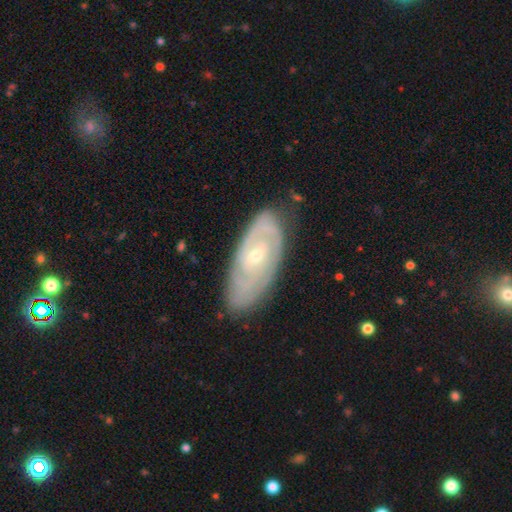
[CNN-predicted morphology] Overall: featured or disk (84%). Edge-on disk: no (93%). Bar: no (63%; weak 30%). Spiral arms: yes (94%). Spiral arm count: 2 (45%; can't tell 30%). Spiral winding: tight (74%). Bulge size: small (65%; moderate 32%). Merging: none (80%).